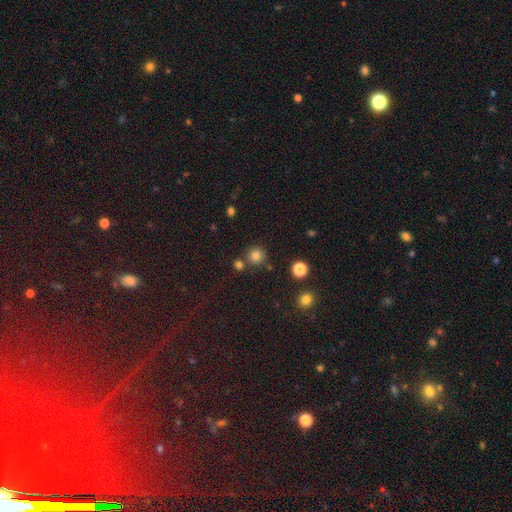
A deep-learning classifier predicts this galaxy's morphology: A smooth galaxy with no disk features (79%) that is round (93%). Merging: none (77%).